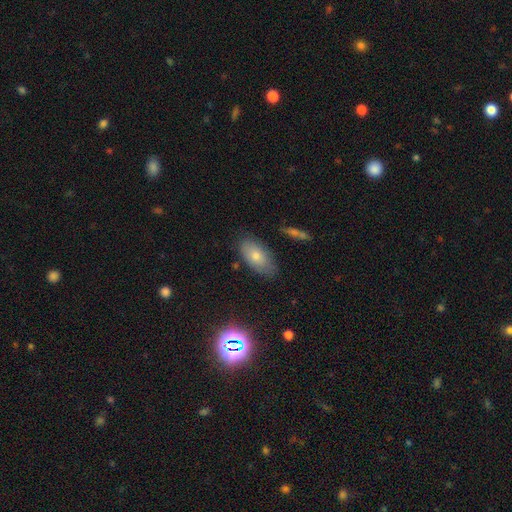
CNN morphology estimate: smooth-or-featured: smooth: 67% | featured or disk: 19% | star or artifact: 14%
  how-rounded: in between: 90% | round: 6% | cigar-shaped: 4%
  merging: none: 79% | minor disturbance: 16% | major disturbance: 3% | merger: 2%